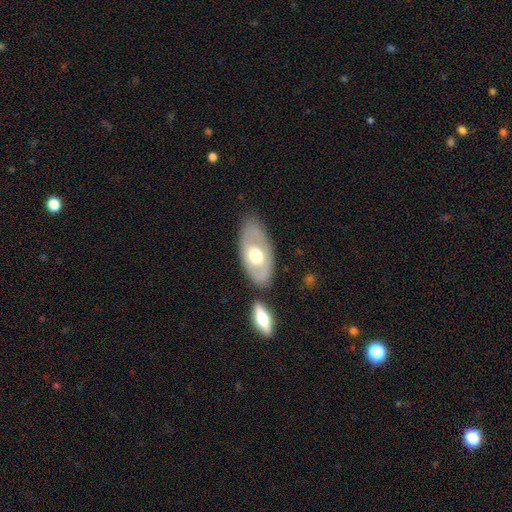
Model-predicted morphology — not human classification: This is possibly a featured or disk galaxy (47%, tied with smooth). Merging: likely none (71%).